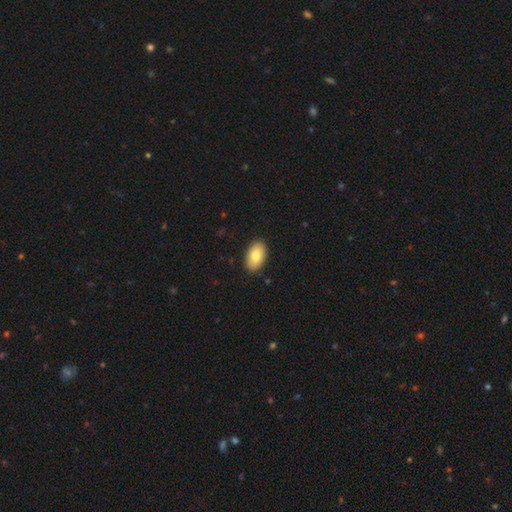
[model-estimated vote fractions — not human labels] This is likely a smooth galaxy (80%). How rounded: clearly in between (94%). Merging: clearly none (89%).